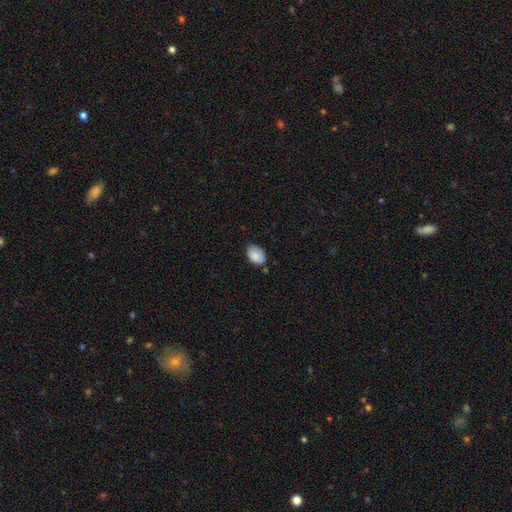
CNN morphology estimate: Q: Smooth or featured?
A: smooth (86%); runner-up: star or artifact (7%)
Q: How rounded?
A: in between (85%); runner-up: round (14%)
Q: Merging?
A: none (71%); runner-up: minor disturbance (22%)